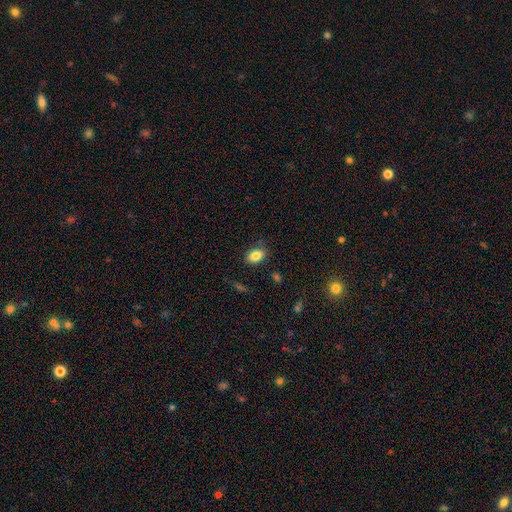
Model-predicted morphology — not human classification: Smooth or featured?
  - smooth: 84% *
  - star or artifact: 9%
  - featured or disk: 7%
How rounded?
  - in between: 83% *
  - round: 16%
  - cigar-shaped: 2%
Merging?
  - none: 82% *
  - minor disturbance: 13%
  - major disturbance: 3%
  - merger: 2%